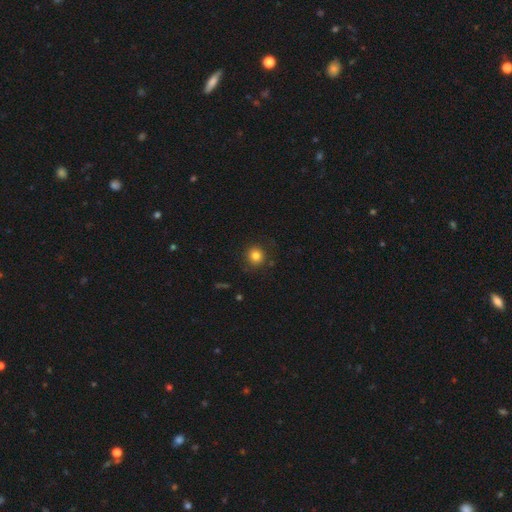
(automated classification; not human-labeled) Smooth or featured? Predicted: smooth (p=0.82). How rounded? Predicted: round (p=0.91). Merging? Predicted: none (p=0.88).